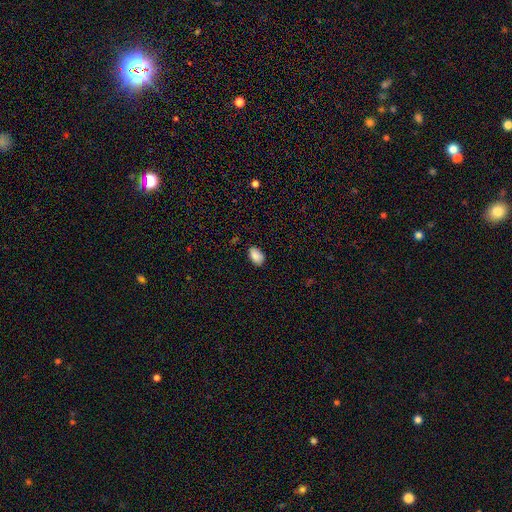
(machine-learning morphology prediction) Smooth or featured: smooth — 87% (star or artifact — 7%)
How rounded: in between — 92% (round — 6%)
Merging: none — 78% (minor disturbance — 18%)